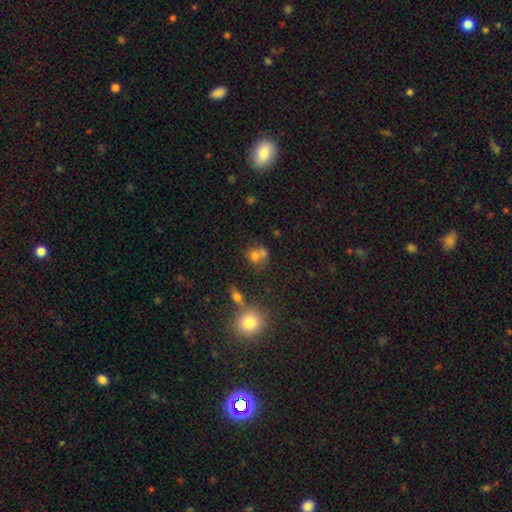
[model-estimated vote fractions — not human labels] Q: Smooth or featured?
A: smooth (68%); runner-up: featured or disk (17%)
Q: How rounded?
A: round (70%); runner-up: in between (29%)
Q: Merging?
A: merger (50%); runner-up: none (35%)